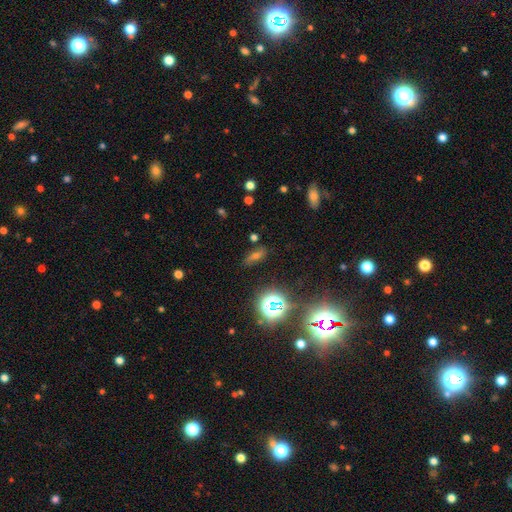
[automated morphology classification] smooth_or_featured: star or artifact (p=0.45) [alt: smooth p=0.34]